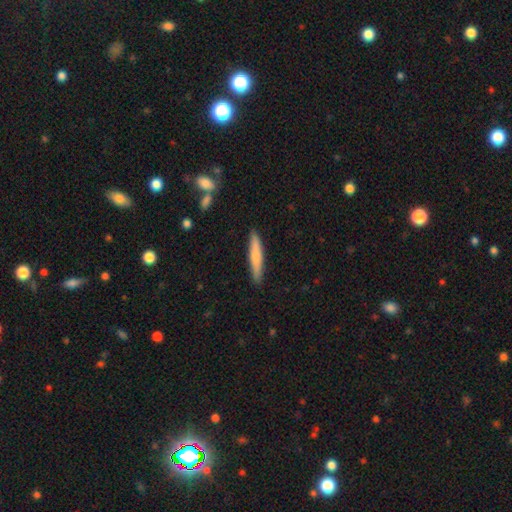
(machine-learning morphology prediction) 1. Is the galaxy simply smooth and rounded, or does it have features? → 63% smooth, 32% featured or disk, 6% star or artifact.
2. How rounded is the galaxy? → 91% cigar-shaped, 8% in between, 1% round.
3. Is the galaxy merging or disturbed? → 89% none, 8% minor disturbance, 2% major disturbance, 1% merger.